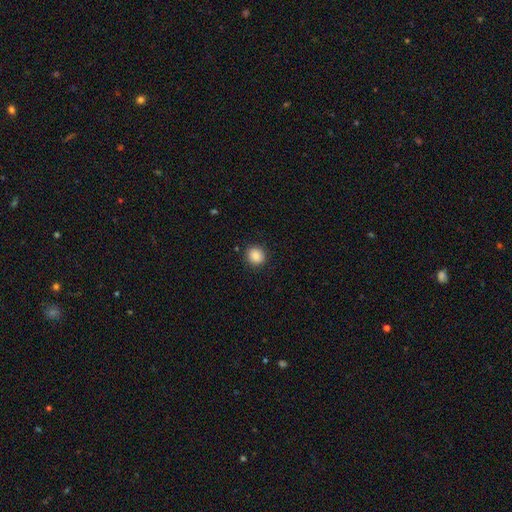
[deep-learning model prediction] A smooth galaxy with no disk features (87%) that is round (86%). Merging: none (89%).